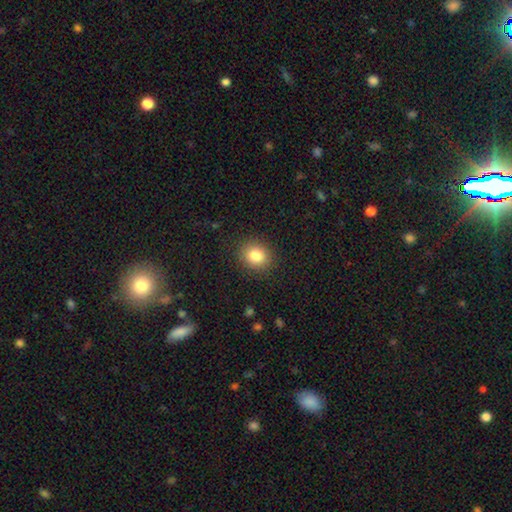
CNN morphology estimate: A smooth galaxy with no disk features (83%) that is round (71%). Merging: none (89%).